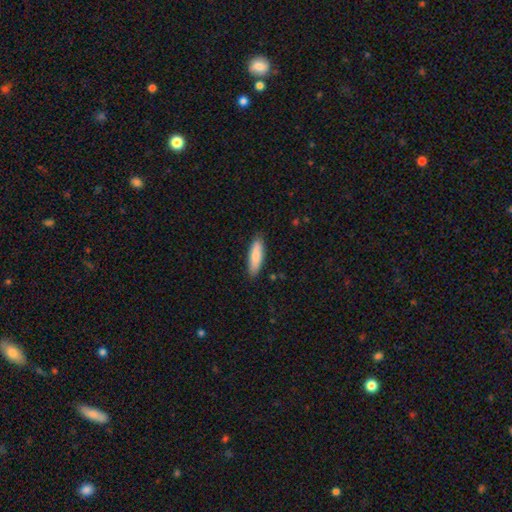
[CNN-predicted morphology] Smooth or featured? smooth (84%)
How rounded? cigar-shaped (58%)
Merging? none (86%)